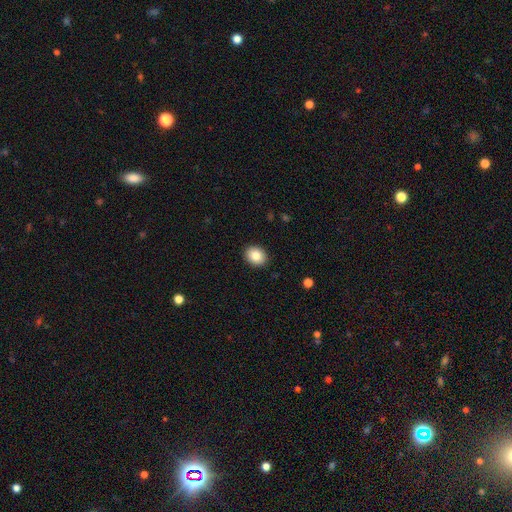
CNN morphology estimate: smooth-or-featured: smooth: 85% | star or artifact: 8% | featured or disk: 7%
  how-rounded: round: 52% | in between: 47% | cigar-shaped: 1%
  merging: none: 91% | minor disturbance: 7% | major disturbance: 2% | merger: 1%